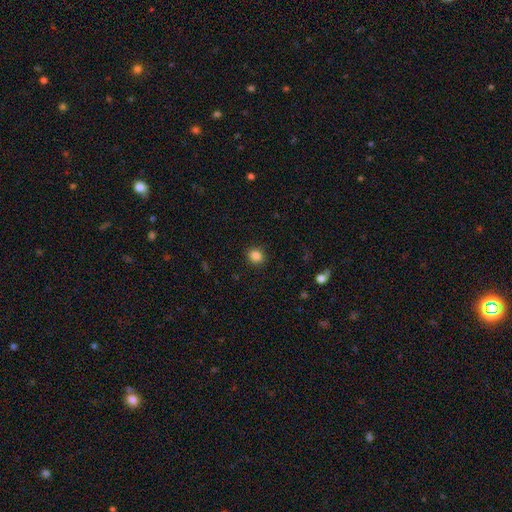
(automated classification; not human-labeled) smooth_or_featured: smooth (p=0.85) [alt: star or artifact p=0.11]
how_rounded: round (p=0.80) [alt: in between p=0.19]
merging: none (p=0.91) [alt: minor disturbance p=0.06]